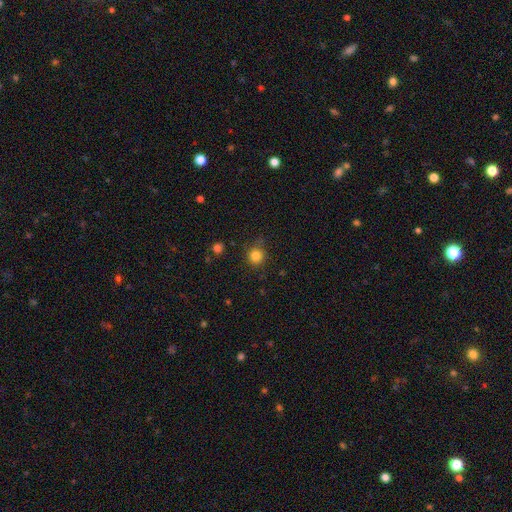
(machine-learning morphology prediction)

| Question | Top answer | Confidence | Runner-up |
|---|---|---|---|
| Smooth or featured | smooth | 82% | star or artifact (13%) |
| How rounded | round | 91% | in between (8%) |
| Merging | none | 81% | minor disturbance (14%) |